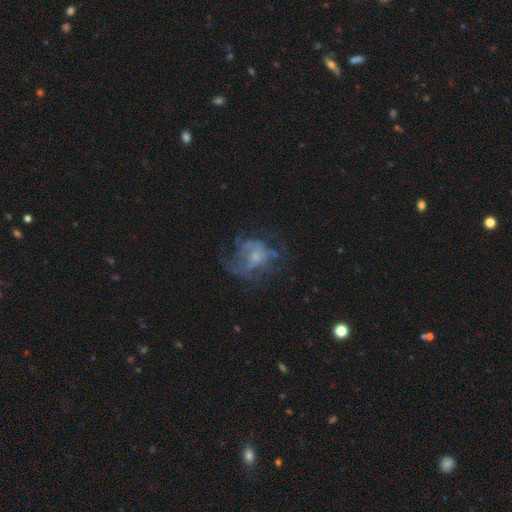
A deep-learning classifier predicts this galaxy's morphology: A featured or disk galaxy (66%) with no bar (79%), spiral arms (55%) and a small central bulge (49%).

Vote fractions:
- Smooth or featured? featured or disk: 66% / smooth: 23% / star or artifact: 12%
- Edge-on disk? no: 98% / yes: 2%
- Bar? no: 79% / weak: 19% / strong: 3%
- Spiral arms? yes: 55% / no: 45%
- Bulge size? small: 49% / moderate: 33% / none: 12% / large: 4% / dominant: 1%
- Merging? none: 44% / major disturbance: 36% / minor disturbance: 18% / merger: 2%